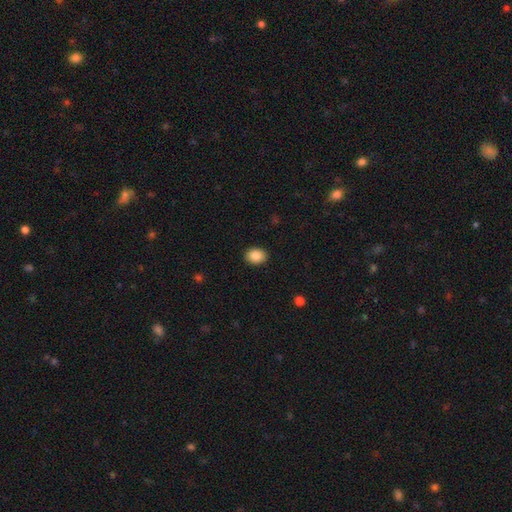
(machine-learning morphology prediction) The model was most divided on "how rounded": in between: 55%, round: 44%, cigar-shaped: 1%. More confident: merging — none (91%); smooth or featured — smooth (87%).